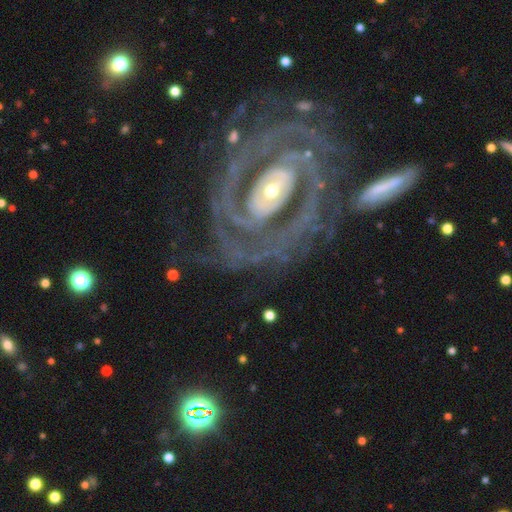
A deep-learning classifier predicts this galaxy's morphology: The model was most divided on "bulge size": small: 63%, moderate: 30%, large: 4%, none: 1%, dominant: 1%. More confident: edge-on disk — no (96%); spiral arms — yes (96%); smooth or featured — featured or disk (91%); spiral winding — tight (75%); merging — none (71%); bar — no (58%); spiral arm count — 2 (57%).